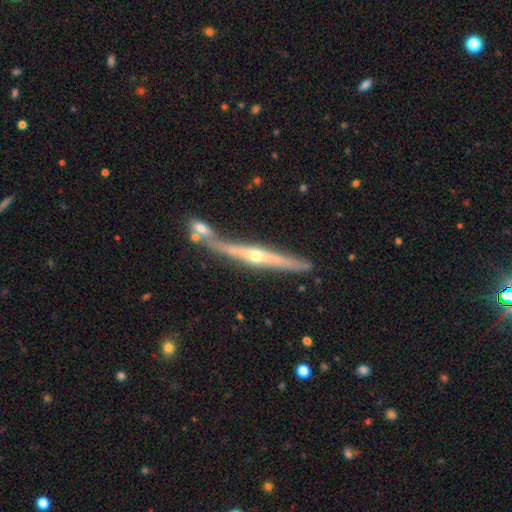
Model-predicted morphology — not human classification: type=featured or disk (81%); edge-on=yes (96%); edge-on bulge=rounded (85%); merging=none (67%).